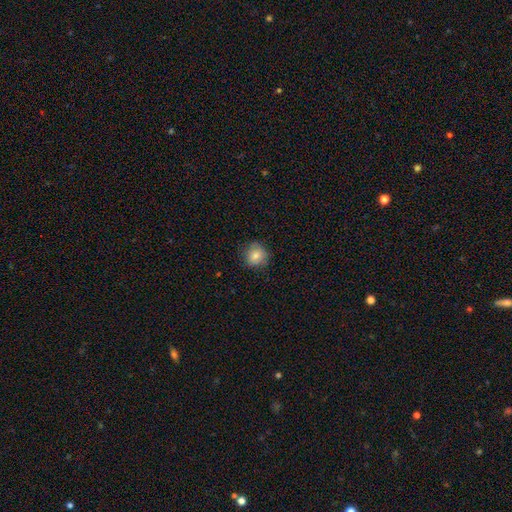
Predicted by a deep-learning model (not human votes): Smooth or featured?
  - smooth: 81% *
  - featured or disk: 10%
  - star or artifact: 9%
How rounded?
  - round: 83% *
  - in between: 16%
  - cigar-shaped: 1%
Merging?
  - none: 80% *
  - minor disturbance: 15%
  - major disturbance: 4%
  - merger: 1%